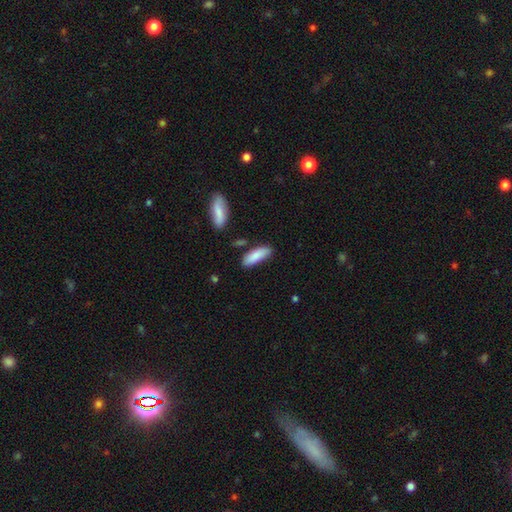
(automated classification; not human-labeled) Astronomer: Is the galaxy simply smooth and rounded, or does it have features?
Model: smooth — 85%.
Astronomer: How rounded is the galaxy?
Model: in between — 61% (runner-up: cigar-shaped, 37%).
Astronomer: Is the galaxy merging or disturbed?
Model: none — 77%.